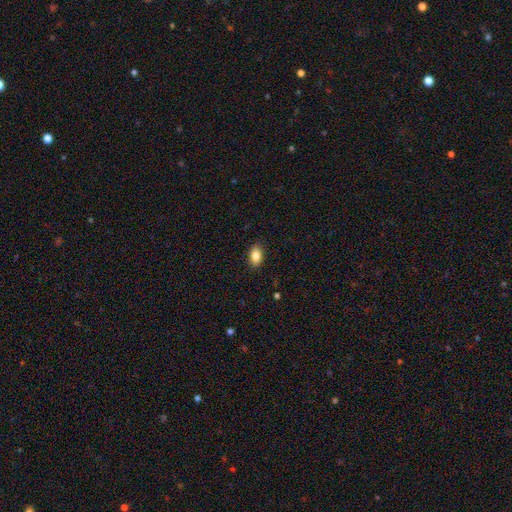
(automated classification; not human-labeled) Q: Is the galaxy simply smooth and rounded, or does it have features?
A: smooth — 85%.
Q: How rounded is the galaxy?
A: in between — 89%.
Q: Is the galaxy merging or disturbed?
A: none — 89%.